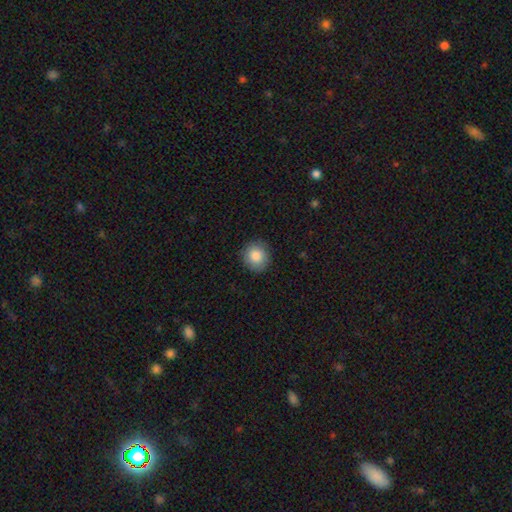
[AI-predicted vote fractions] Smooth or featured?
  - smooth: 86% *
  - star or artifact: 8%
  - featured or disk: 6%
How rounded?
  - round: 90% *
  - in between: 9%
  - cigar-shaped: 1%
Merging?
  - none: 88% *
  - minor disturbance: 9%
  - major disturbance: 2%
  - merger: 1%